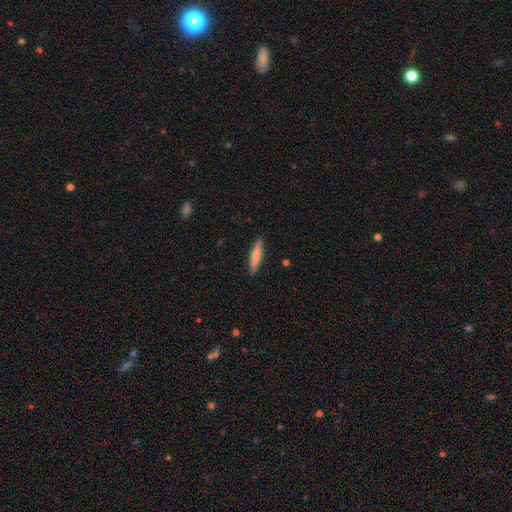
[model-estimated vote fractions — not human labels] Overall: smooth (63%; featured or disk 32%). How rounded: cigar-shaped (86%). Merging: none (90%).